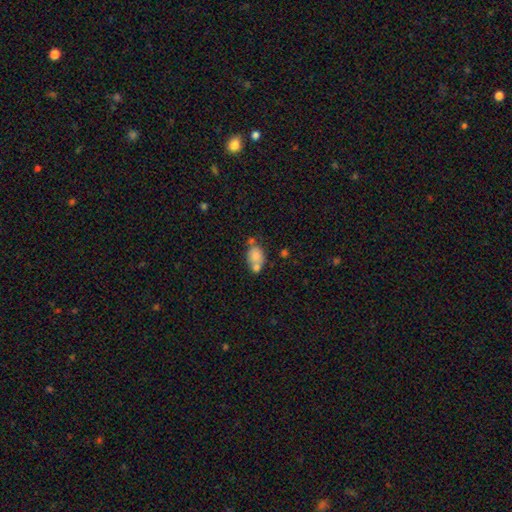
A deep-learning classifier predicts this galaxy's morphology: This is likely a smooth galaxy (75%). How rounded: likely in between (71%). Merging: marginally merger (42%).